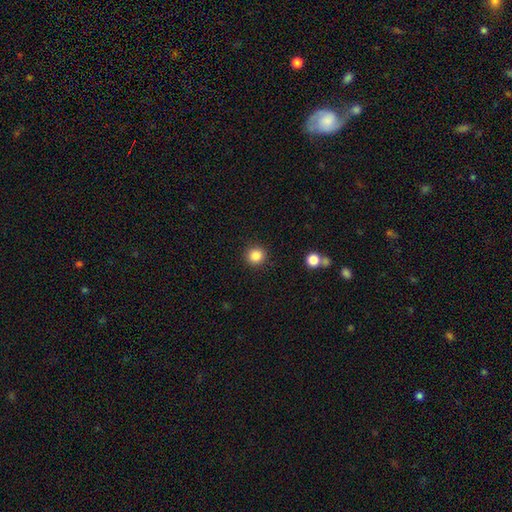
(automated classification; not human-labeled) The model was most divided on "smooth or featured": smooth: 87%, star or artifact: 10%, featured or disk: 3%. More confident: how rounded — round (92%); merging — none (91%).